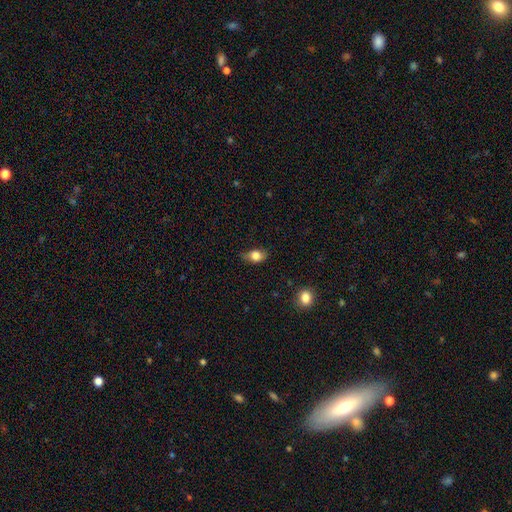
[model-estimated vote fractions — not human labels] This is likely a smooth galaxy (79%). How rounded: likely in between (75%). Merging: likely none (62%).